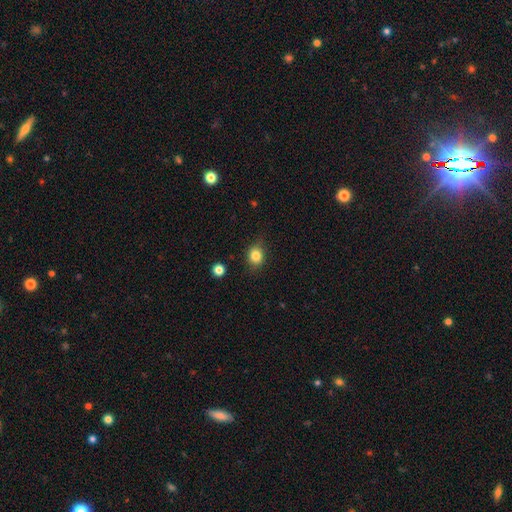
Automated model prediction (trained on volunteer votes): This appears to be a smooth galaxy with no disk features (83%) that is round (62%). Merging: none (80%).